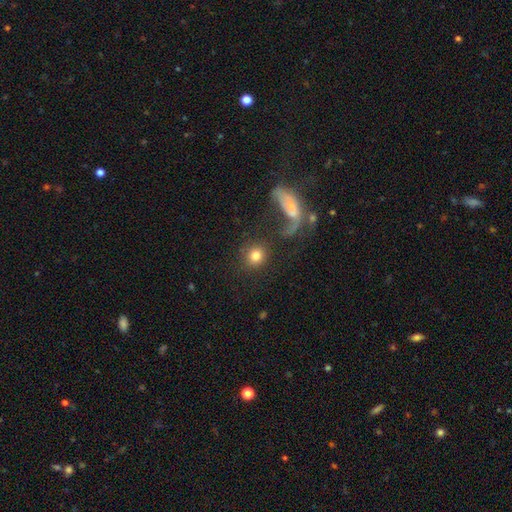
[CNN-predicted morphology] This is clearly a smooth galaxy (80%). How rounded: clearly round (89%). Merging: likely none (72%).